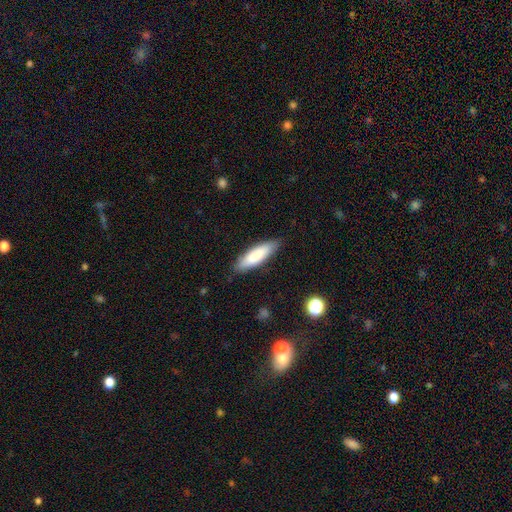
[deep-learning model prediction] This appears to be a smooth galaxy with no disk features (83%) that is cigar-shaped (55%). Merging: none (85%).